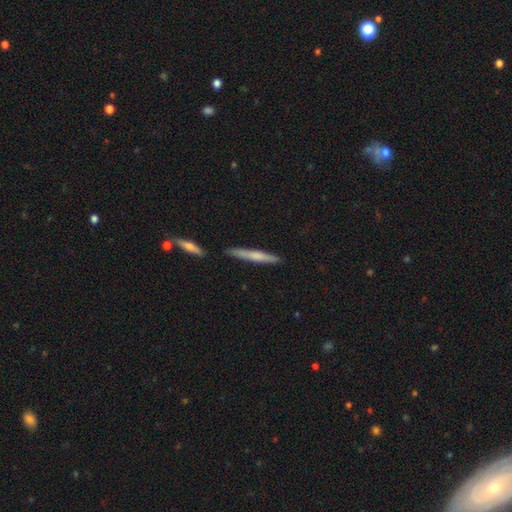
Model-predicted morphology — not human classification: Smooth or featured? smooth (59%)
How rounded? cigar-shaped (95%)
Merging? none (84%)